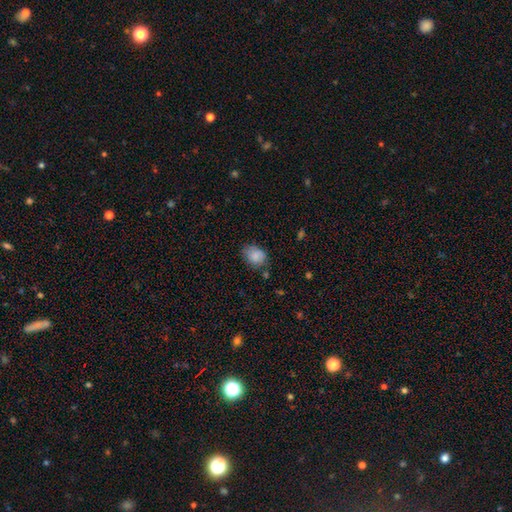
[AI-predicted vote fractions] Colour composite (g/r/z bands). It shows a smooth galaxy with no disk features (83%) that is in between round and cigar-shaped (58%). Merging: none (61%).